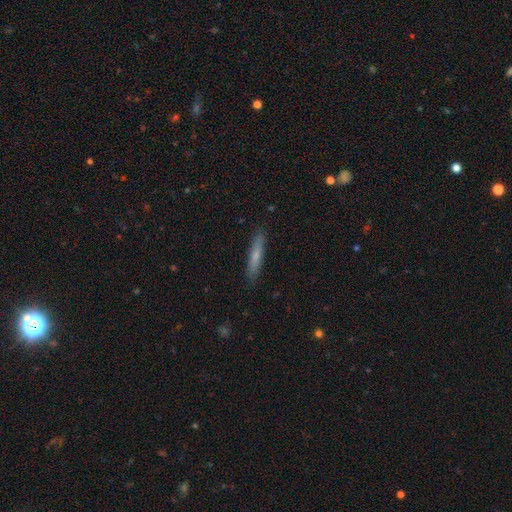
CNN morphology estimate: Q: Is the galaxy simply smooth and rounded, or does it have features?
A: smooth — 66%.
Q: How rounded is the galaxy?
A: cigar-shaped — 92%.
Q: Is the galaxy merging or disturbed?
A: none — 88%.